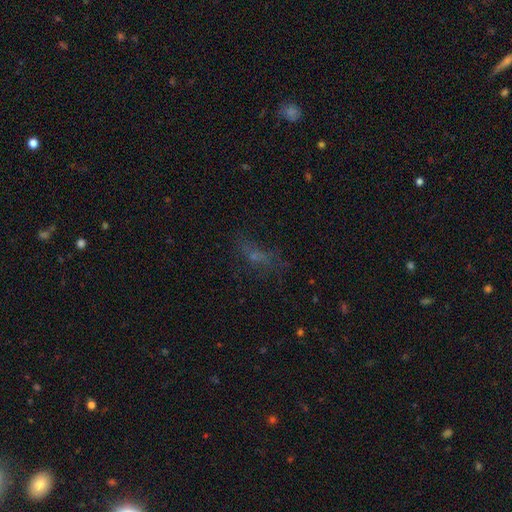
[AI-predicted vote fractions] Smooth or featured? Predicted: smooth (p=0.43). Merging? Predicted: none (p=0.50).